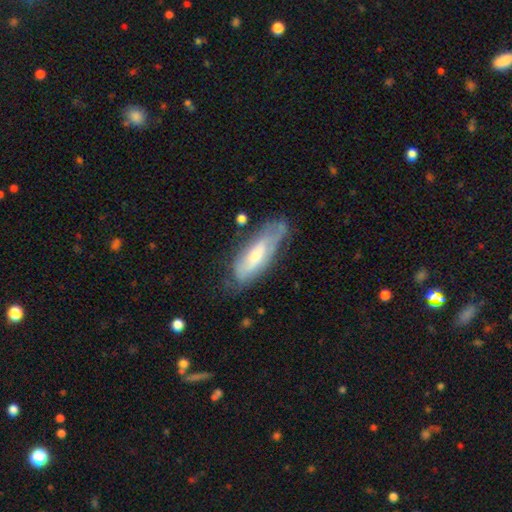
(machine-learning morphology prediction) This appears to be a featured or disk galaxy (48%). Merging: none (53%).